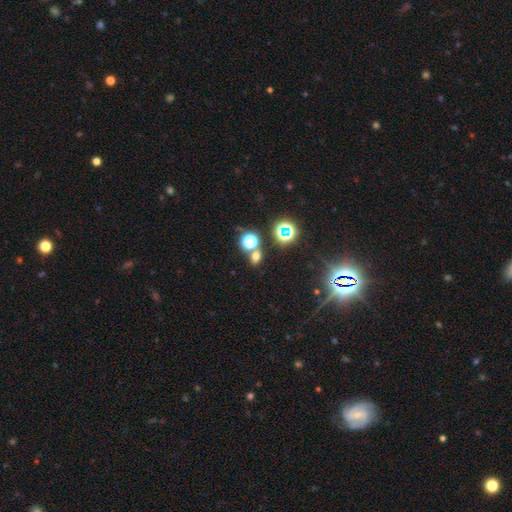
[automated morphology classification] Overall: smooth (59%; star or artifact 33%). How rounded: round (49%, tied with in between). Merging: none (72%).